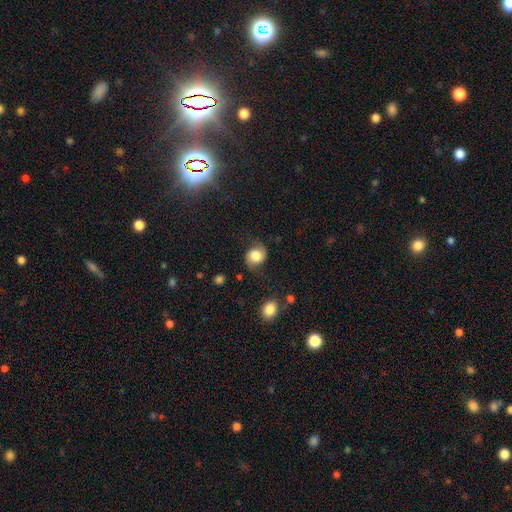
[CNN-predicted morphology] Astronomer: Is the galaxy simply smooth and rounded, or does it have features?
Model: smooth — 50% (runner-up: featured or disk, 41%).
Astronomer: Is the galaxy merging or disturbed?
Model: none — 68%.